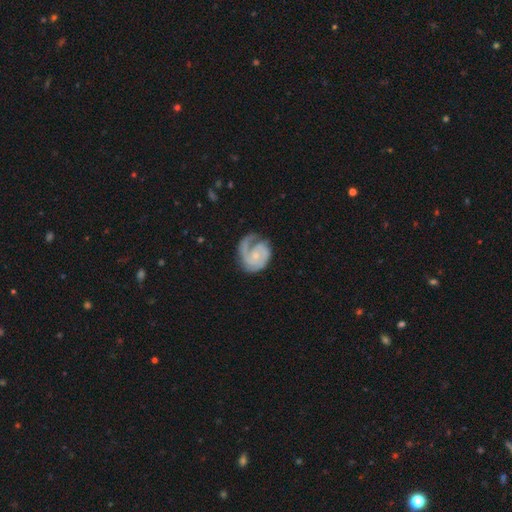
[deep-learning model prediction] The model was most divided on "spiral winding": tight: 49%, medium: 39%, loose: 12%. Remaining: edge-on disk — no (98%); spiral arms — yes (96%); smooth or featured — featured or disk (85%); bar — no (72%); bulge size — small (70%); merging — none (56%); spiral arm count — 2 (49%).